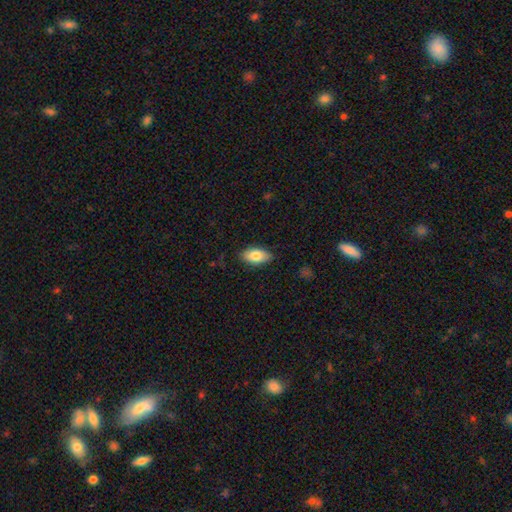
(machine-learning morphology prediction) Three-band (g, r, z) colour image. It shows a smooth galaxy with no disk features (81%) that is in between round and cigar-shaped (92%). Merging: none (85%).